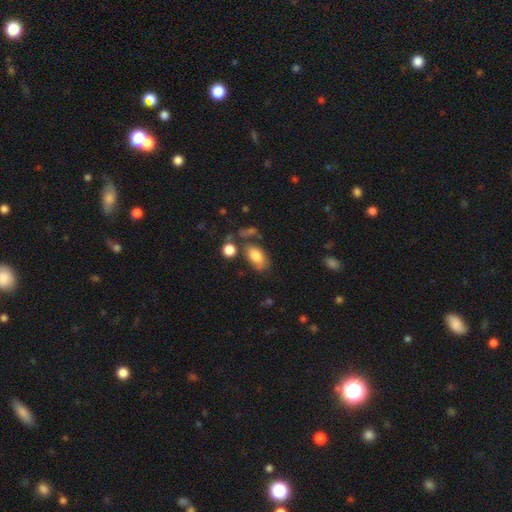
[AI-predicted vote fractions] smooth-or-featured: smooth: 80% | featured or disk: 12% | star or artifact: 8%
  how-rounded: in between: 90% | round: 7% | cigar-shaped: 3%
  merging: none: 51% | minor disturbance: 23% | merger: 14% | major disturbance: 11%